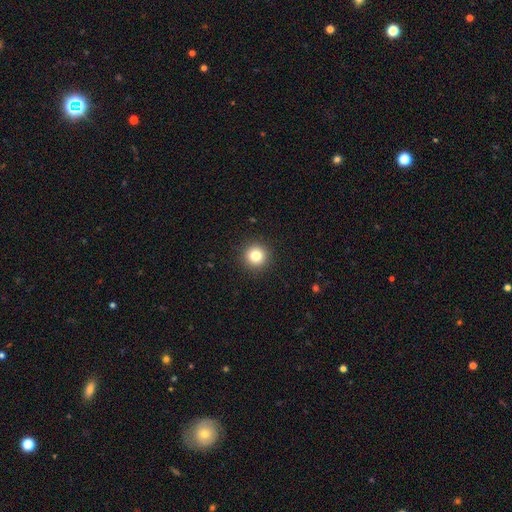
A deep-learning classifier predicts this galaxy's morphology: Q: Smooth or featured?
A: smooth (82%); runner-up: star or artifact (11%)
Q: How rounded?
A: round (95%); runner-up: in between (4%)
Q: Merging?
A: none (93%); runner-up: minor disturbance (5%)